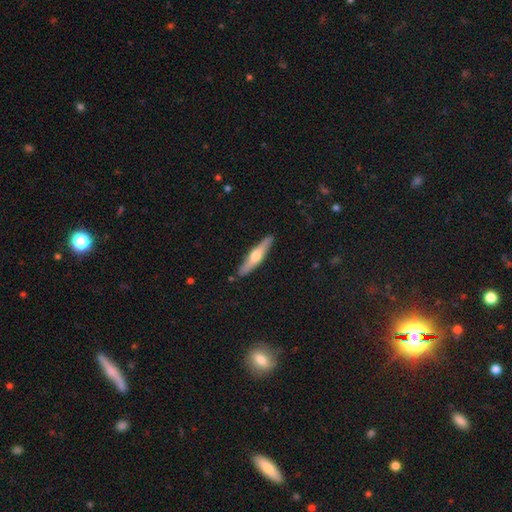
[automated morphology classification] Q: Smooth or featured?
A: featured or disk (56%); runner-up: smooth (39%)
Q: Edge-on disk?
A: yes (93%); runner-up: no (7%)
Q: Edge-on bulge?
A: rounded (92%); runner-up: none (4%)
Q: Merging?
A: none (88%); runner-up: minor disturbance (8%)